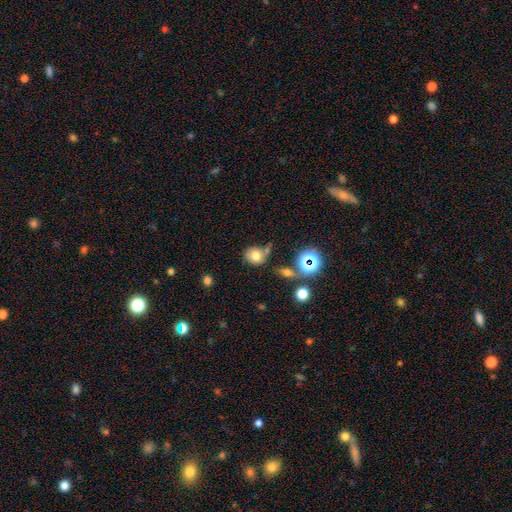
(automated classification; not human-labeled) This appears to be a smooth galaxy with no disk features (72%) that is round (68%). Merging: none (62%).